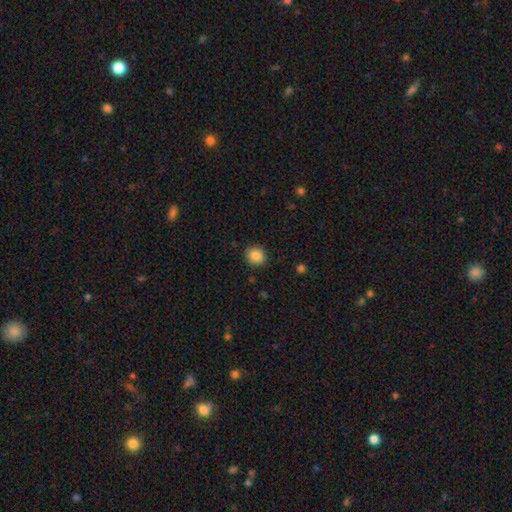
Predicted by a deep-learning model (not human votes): The model was most divided on "smooth or featured": smooth: 86%, star or artifact: 9%, featured or disk: 5%. More confident: merging — none (90%); how rounded — round (88%).